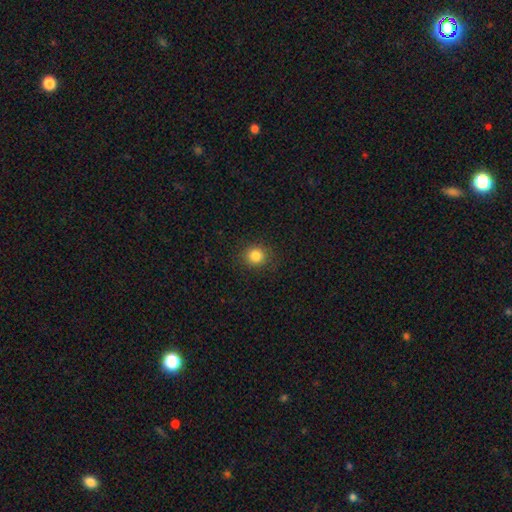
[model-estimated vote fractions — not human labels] Q: Smooth or featured?
A: smooth (83%); runner-up: star or artifact (12%)
Q: How rounded?
A: round (87%); runner-up: in between (12%)
Q: Merging?
A: none (88%); runner-up: minor disturbance (8%)